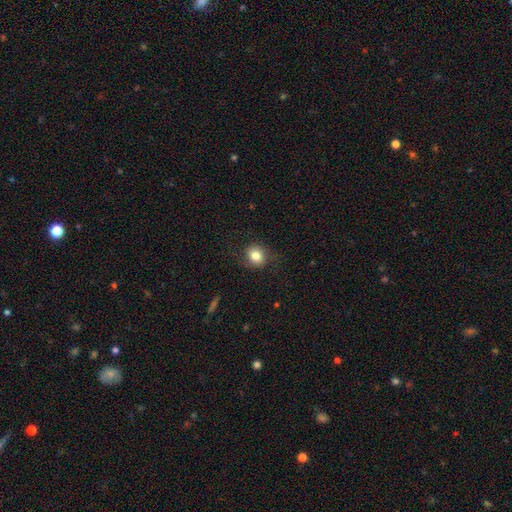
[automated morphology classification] A smooth galaxy with no disk features (81%) that is round (67%).

Vote fractions:
- Smooth or featured? smooth: 81% / featured or disk: 10% / star or artifact: 9%
- How rounded? round: 67% / in between: 32% / cigar-shaped: 1%
- Merging? none: 79% / minor disturbance: 14% / major disturbance: 6% / merger: 1%